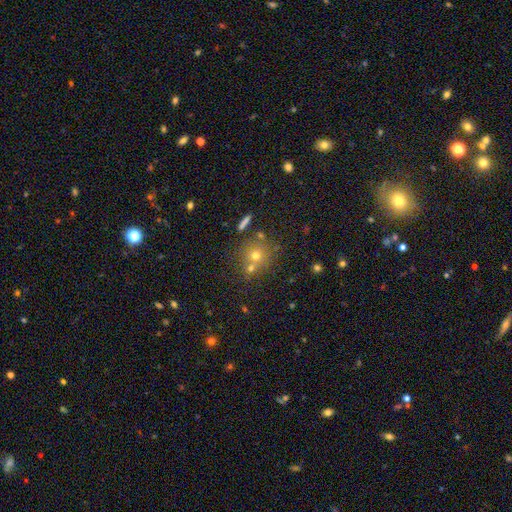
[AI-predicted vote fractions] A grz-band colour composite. It shows a smooth galaxy with no disk features (63%) that is round (88%). Merging: none (60%).